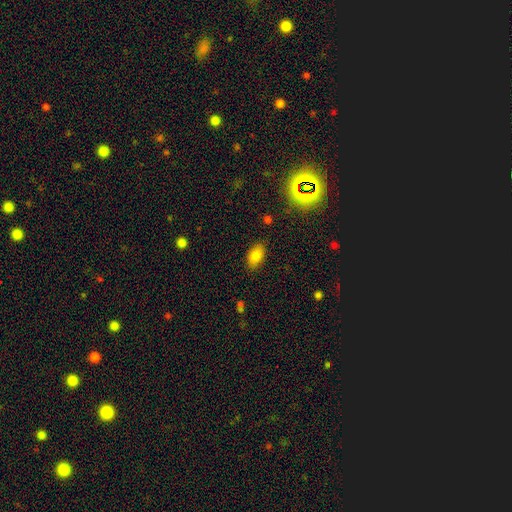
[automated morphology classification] smooth-or-featured: smooth: 83% | star or artifact: 10% | featured or disk: 7%
  how-rounded: in between: 91% | round: 6% | cigar-shaped: 3%
  merging: none: 85% | minor disturbance: 10% | major disturbance: 3% | merger: 1%